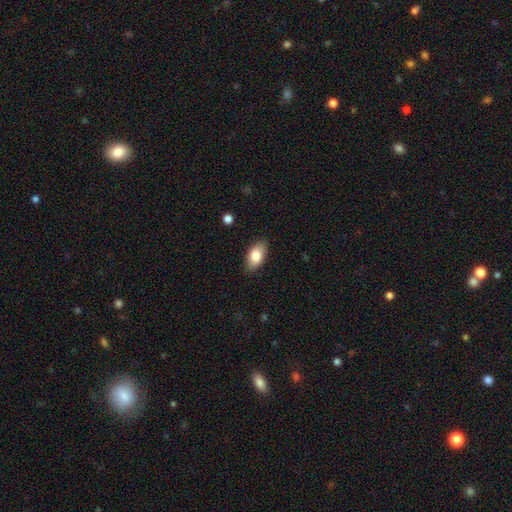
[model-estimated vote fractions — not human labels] The model was most divided on "smooth or featured": smooth: 82%, featured or disk: 11%, star or artifact: 7%. More confident: how rounded — in between (93%); merging — none (86%).